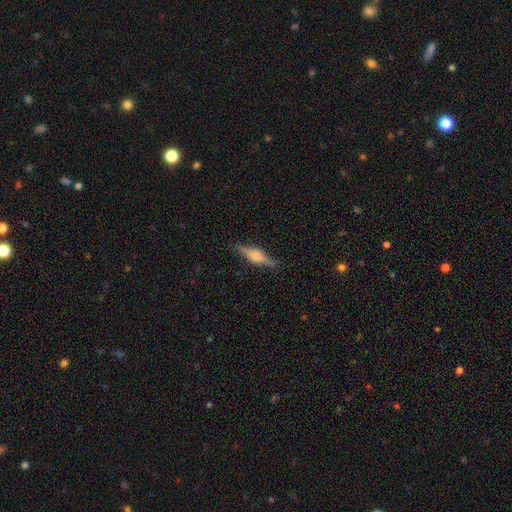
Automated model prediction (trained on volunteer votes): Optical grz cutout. It shows a featured or disk galaxy (64%) viewed edge-on (96%) with a rounded central bulge (81%). Merging: none (86%).